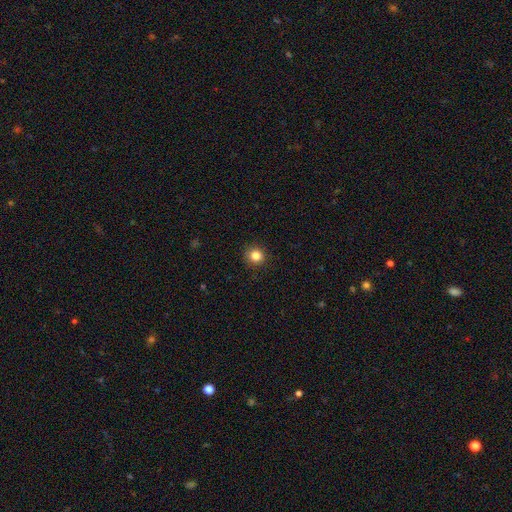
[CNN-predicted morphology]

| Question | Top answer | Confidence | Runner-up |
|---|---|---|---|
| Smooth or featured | smooth | 84% | star or artifact (11%) |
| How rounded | round | 91% | in between (9%) |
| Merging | none | 91% | minor disturbance (6%) |